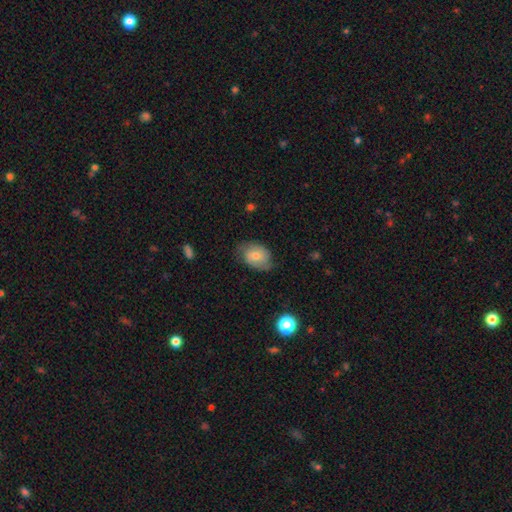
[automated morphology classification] Smooth or featured? Predicted: smooth (p=0.47). Merging? Predicted: none (p=0.67).